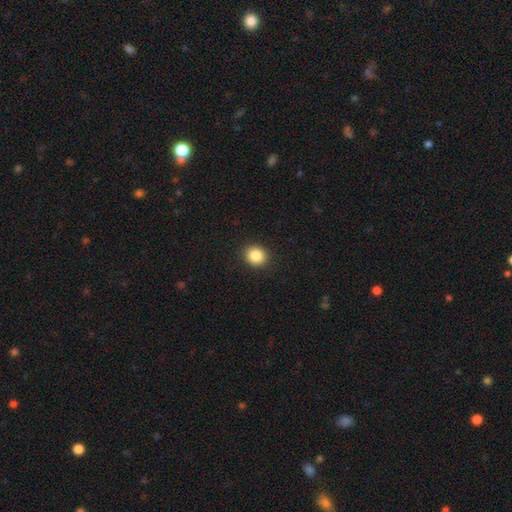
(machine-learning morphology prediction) smooth 86%, star or artifact 9%, featured or disk 5%. Down the decision tree: how rounded — round (76%); merging — none (92%).